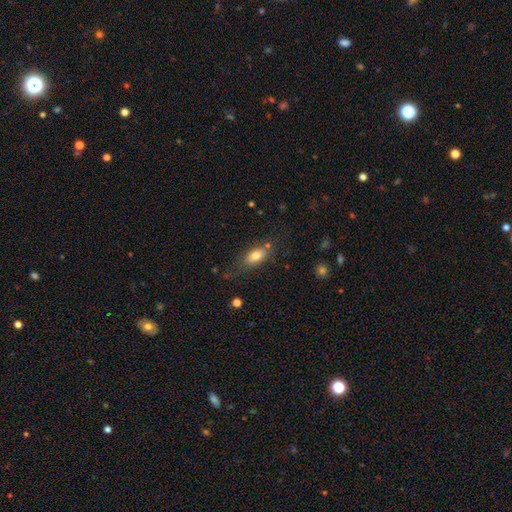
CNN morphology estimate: This is likely a smooth galaxy (77%). How rounded: clearly in between (85%). Merging: likely none (68%).